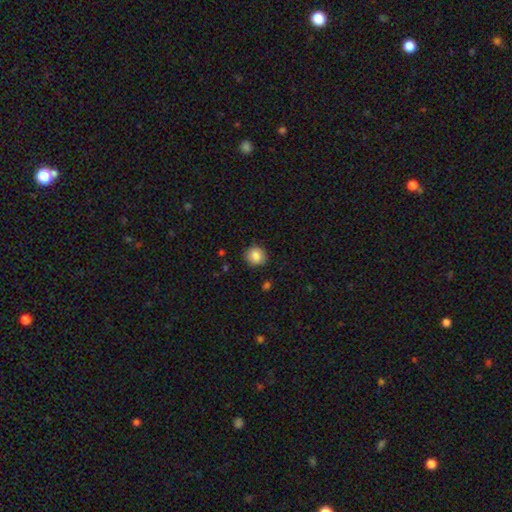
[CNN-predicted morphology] This is clearly a smooth galaxy (86%). How rounded: clearly round (87%). Merging: clearly none (88%).